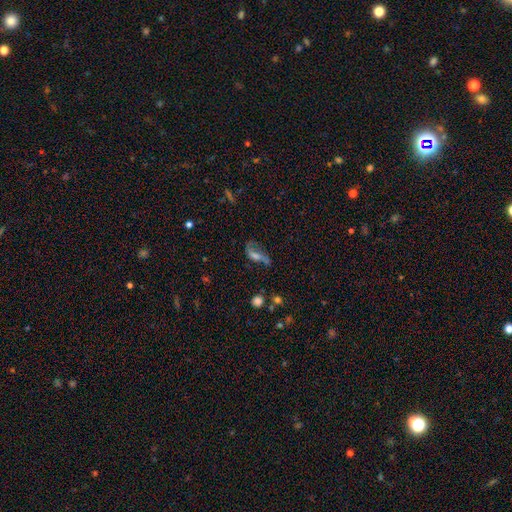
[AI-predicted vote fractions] featured or disk 59%, smooth 26%, star or artifact 16%. Down the decision tree: edge-on disk — no (85%); bar — no (43%); spiral arms — yes (77%); bulge size — moderate (36%); merging — none (46%).